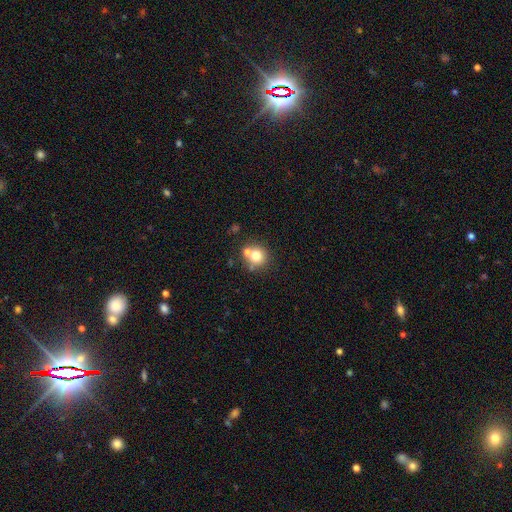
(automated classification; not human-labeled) Smooth or featured?
  - smooth: 73% *
  - featured or disk: 15%
  - star or artifact: 12%
How rounded?
  - round: 88% *
  - in between: 11%
  - cigar-shaped: 1%
Merging?
  - none: 57% *
  - merger: 31%
  - minor disturbance: 8%
  - major disturbance: 3%